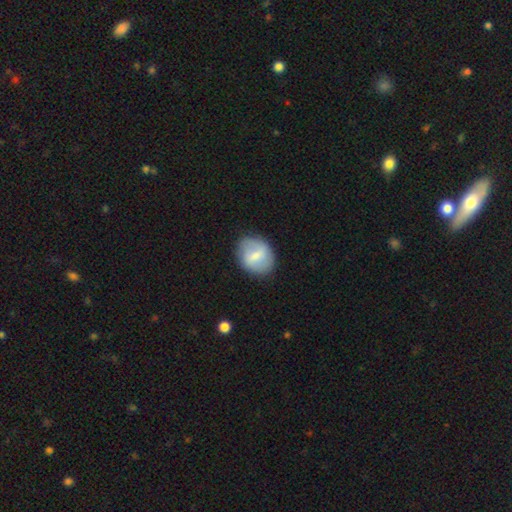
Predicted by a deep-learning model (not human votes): This appears to be a smooth galaxy with no disk features (58%) that is round (54%). Merging: none (80%).